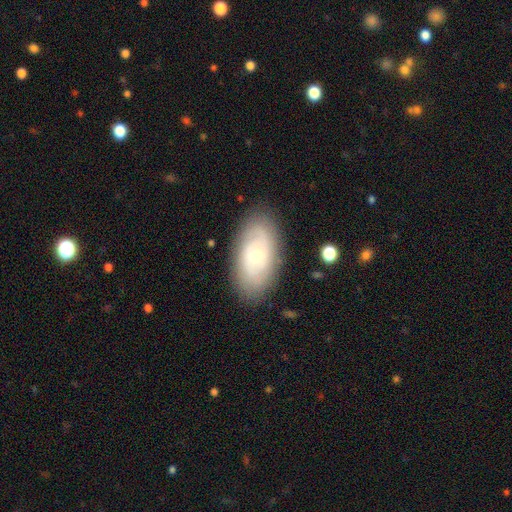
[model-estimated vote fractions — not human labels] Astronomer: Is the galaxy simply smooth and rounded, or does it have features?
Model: featured or disk — 60%.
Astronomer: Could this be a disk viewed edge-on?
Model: no — 93%.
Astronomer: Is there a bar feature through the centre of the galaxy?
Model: no — 63%.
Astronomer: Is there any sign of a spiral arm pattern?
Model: yes — 80%.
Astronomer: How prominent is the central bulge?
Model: small — 55% (runner-up: moderate, 40%).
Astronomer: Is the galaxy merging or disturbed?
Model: none — 83%.